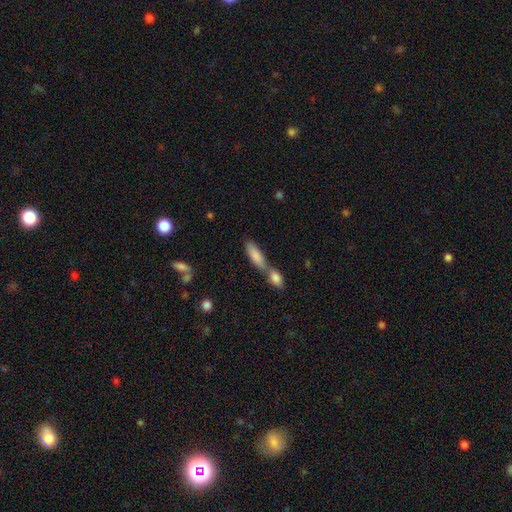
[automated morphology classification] This appears to be a smooth galaxy with no disk features (83%) that is in between round and cigar-shaped (55%). Merging: merger (56%).